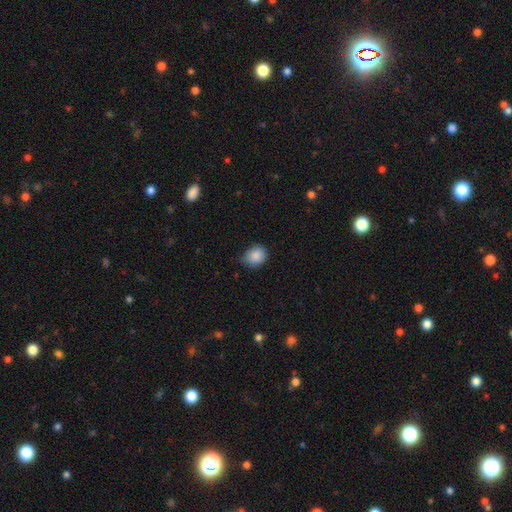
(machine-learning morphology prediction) Smooth or featured? smooth (88%)
How rounded? round (59%)
Merging? none (69%)